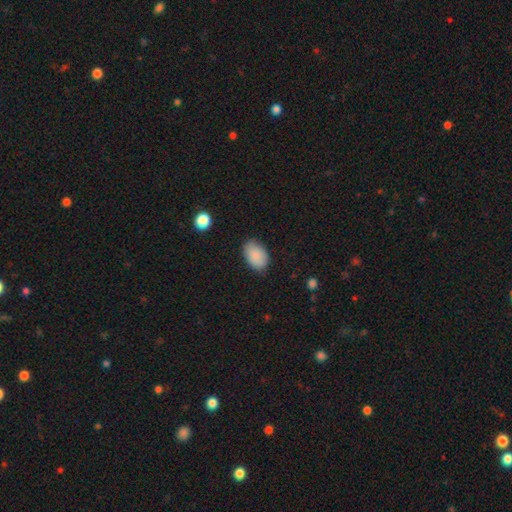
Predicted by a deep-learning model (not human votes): smooth_or_featured: smooth (p=0.88) [alt: star or artifact p=0.07]
how_rounded: in between (p=0.88) [alt: round p=0.11]
merging: none (p=0.79) [alt: minor disturbance p=0.17]